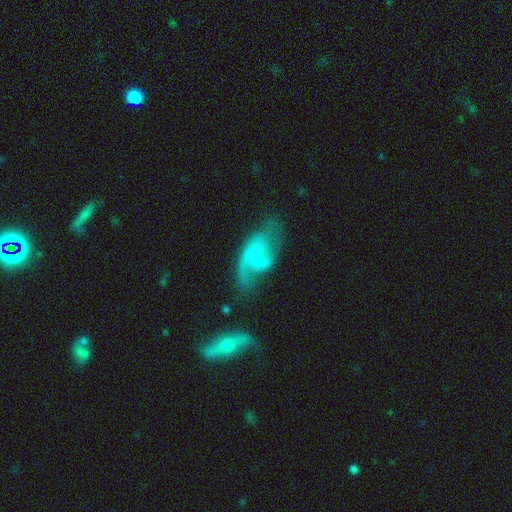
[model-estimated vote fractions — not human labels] featured or disk 75%, smooth 18%, star or artifact 7%. Down the decision tree: edge-on disk — no (97%); bar — no (59%); spiral arms — yes (91%); spiral arm count — 2 (76%); spiral winding — loose (48%); bulge size — none (49%); merging — none (48%).